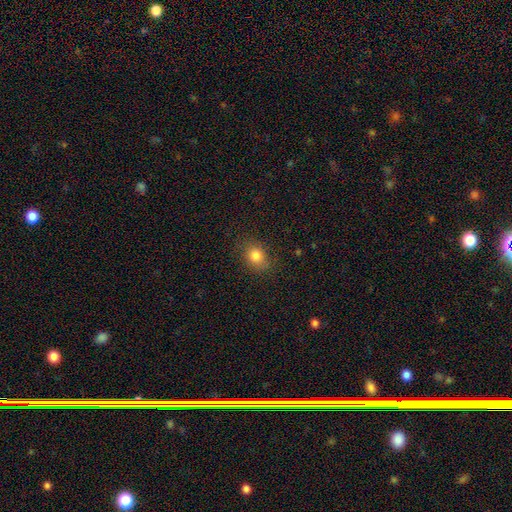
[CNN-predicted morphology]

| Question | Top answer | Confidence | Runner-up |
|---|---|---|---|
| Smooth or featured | smooth | 82% | star or artifact (11%) |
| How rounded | round | 52% | in between (47%) |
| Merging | none | 83% | minor disturbance (13%) |